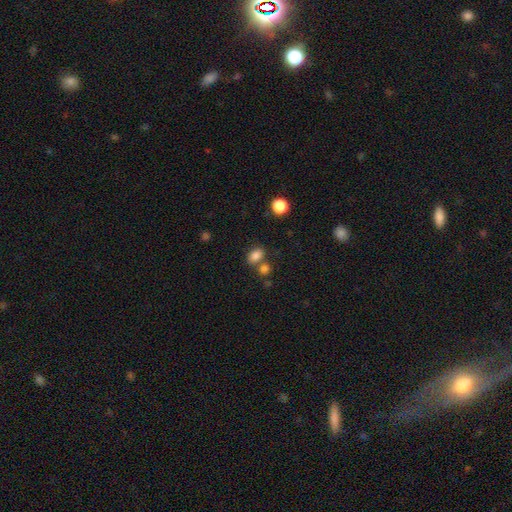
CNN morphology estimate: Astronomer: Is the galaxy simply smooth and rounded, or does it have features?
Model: smooth — 83%.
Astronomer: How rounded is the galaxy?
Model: in between — 74%.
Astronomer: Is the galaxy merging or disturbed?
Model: none — 62%.